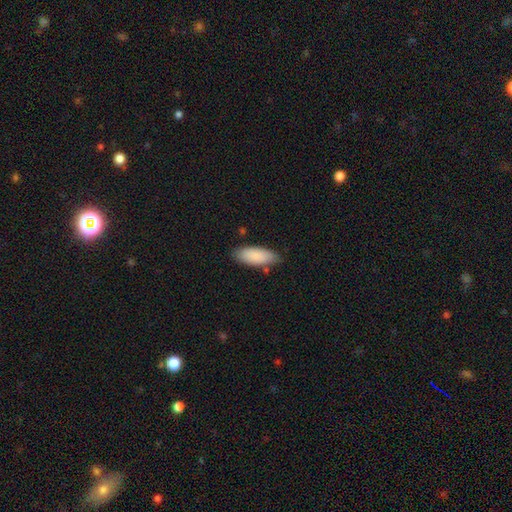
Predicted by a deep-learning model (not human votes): The model was most divided on "how rounded": in between: 79%, cigar-shaped: 19%, round: 2%. More confident: smooth or featured — smooth (88%); merging — none (80%).